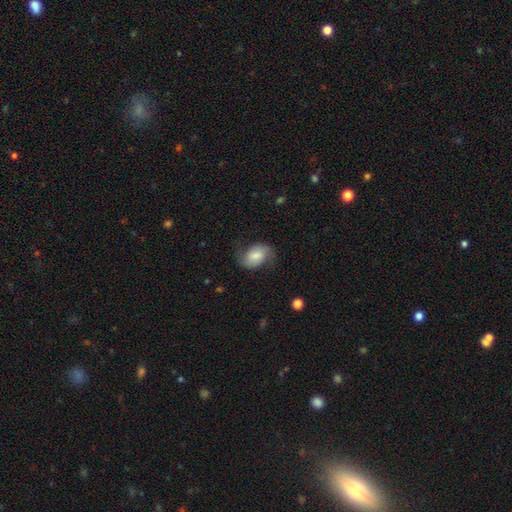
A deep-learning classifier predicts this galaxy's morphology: Overall: featured or disk (50%; smooth 42%). Merging: none (66%).